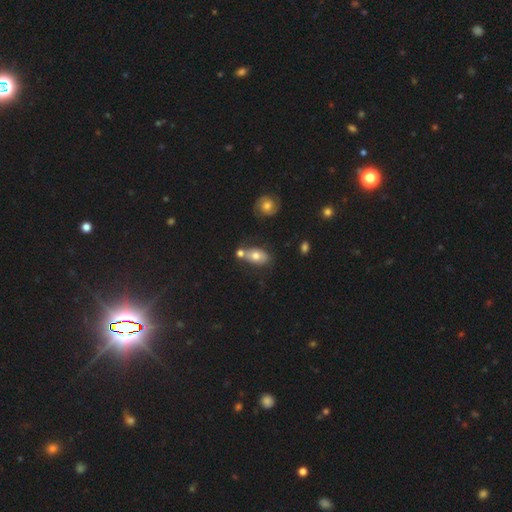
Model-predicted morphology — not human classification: This appears to be a smooth galaxy with no disk features (65%) that is in between round and cigar-shaped (87%). Merging: none (50%).